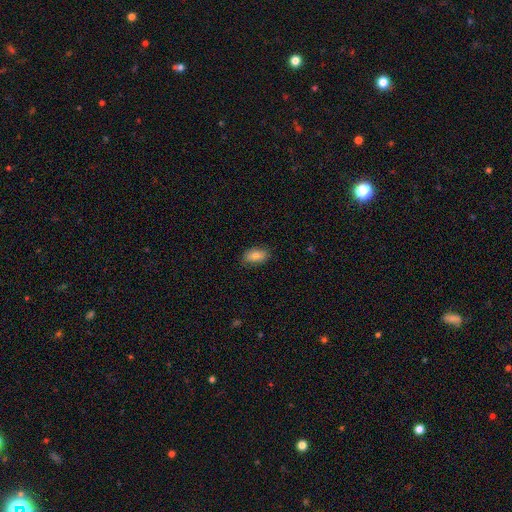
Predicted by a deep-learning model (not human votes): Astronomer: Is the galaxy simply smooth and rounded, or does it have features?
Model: smooth — 78%.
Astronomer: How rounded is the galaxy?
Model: in between — 91%.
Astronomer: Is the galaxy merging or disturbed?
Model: none — 84%.